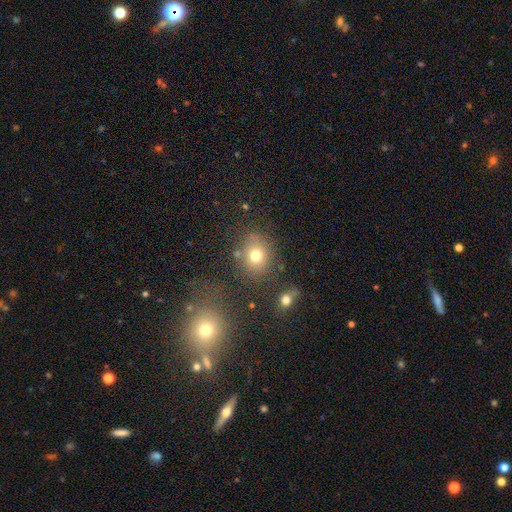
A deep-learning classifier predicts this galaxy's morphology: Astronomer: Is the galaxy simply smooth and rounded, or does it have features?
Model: smooth — 73%.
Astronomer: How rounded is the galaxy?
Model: round — 65%.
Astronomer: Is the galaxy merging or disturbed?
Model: none — 73%.